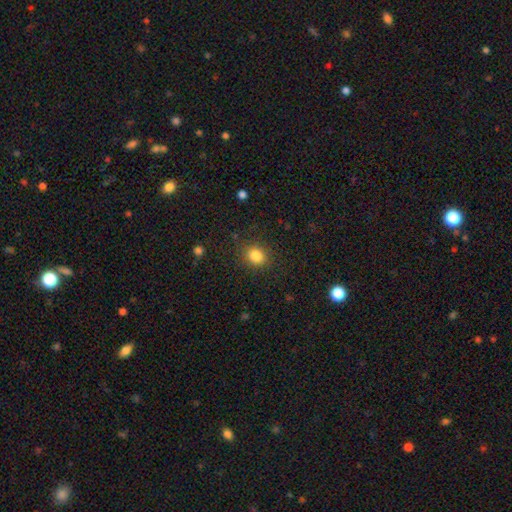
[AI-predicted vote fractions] smooth 84%, star or artifact 11%, featured or disk 5%. Down the decision tree: how rounded — round (71%); merging — none (86%).